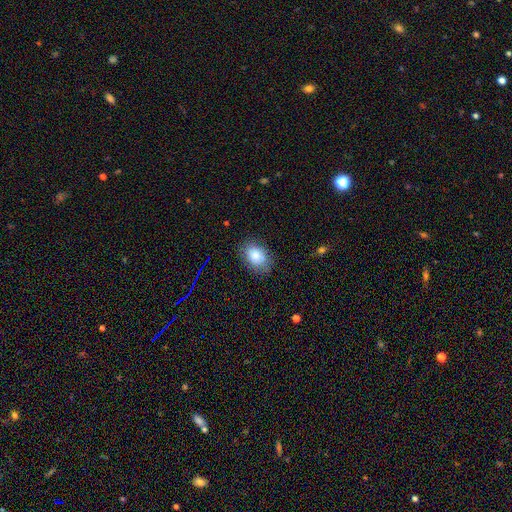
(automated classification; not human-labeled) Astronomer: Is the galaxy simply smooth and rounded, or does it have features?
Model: smooth — 82%.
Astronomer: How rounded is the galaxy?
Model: in between — 78%.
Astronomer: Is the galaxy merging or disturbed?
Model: none — 78%.